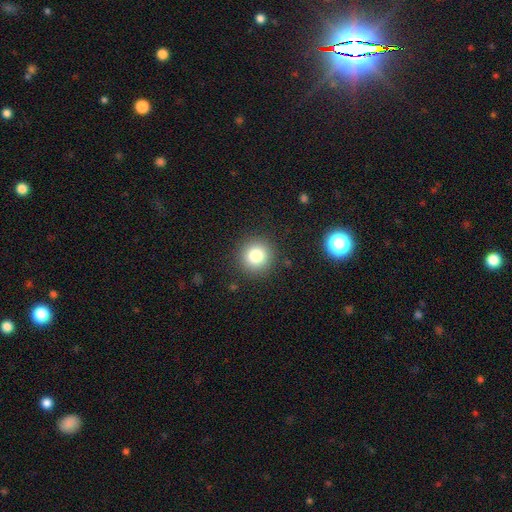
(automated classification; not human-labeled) Overall: smooth (81%). How rounded: round (93%). Merging: none (89%).